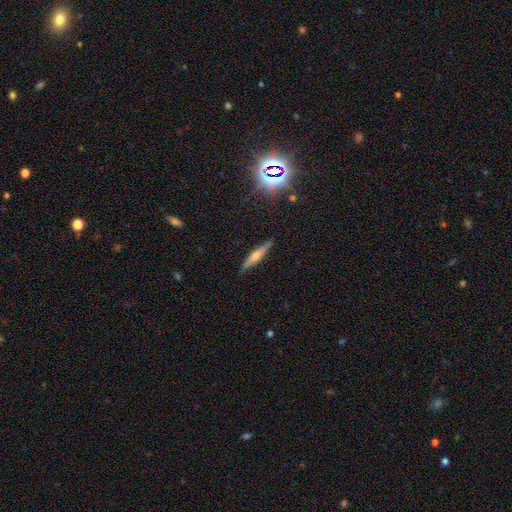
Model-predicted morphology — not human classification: Smooth or featured: featured or disk — 61% (smooth — 29%)
Edge-on disk: yes — 96% (no — 4%)
Edge-on bulge: rounded — 83% (boxy — 9%)
Merging: none — 88% (minor disturbance — 9%)